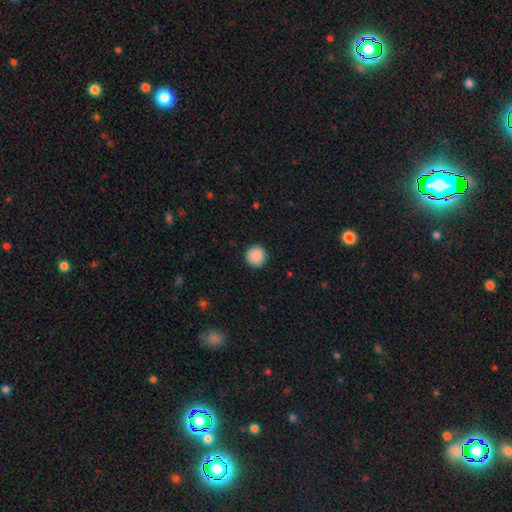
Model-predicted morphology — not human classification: smooth-or-featured: smooth: 89% | star or artifact: 8% | featured or disk: 3%
  how-rounded: round: 96% | in between: 4% | cigar-shaped: 1%
  merging: none: 92% | minor disturbance: 5% | major disturbance: 2% | merger: 1%